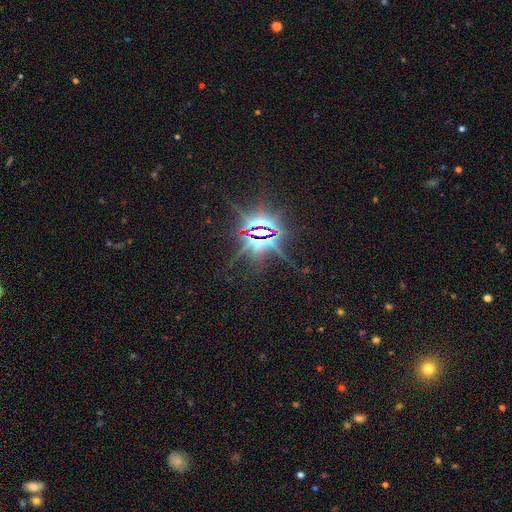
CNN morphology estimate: star or artifact 85%, featured or disk 10%, smooth 5%.